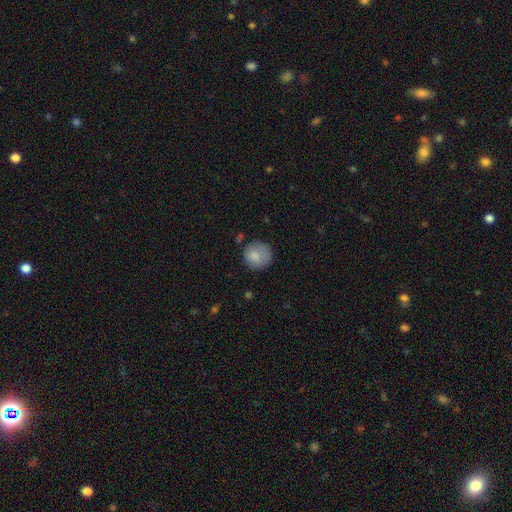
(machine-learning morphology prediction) Smooth or featured? smooth (82%)
How rounded? round (90%)
Merging? none (73%)